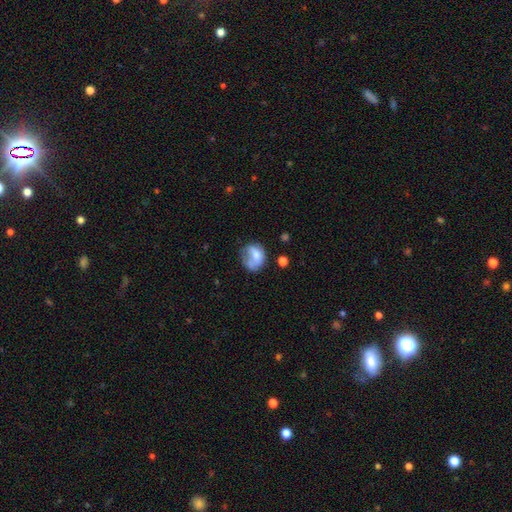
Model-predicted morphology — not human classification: Smooth or featured?
  - smooth: 62% *
  - featured or disk: 29%
  - star or artifact: 9%
How rounded?
  - round: 54% *
  - in between: 45%
  - cigar-shaped: 1%
Merging?
  - none: 34% *
  - minor disturbance: 27%
  - major disturbance: 25%
  - merger: 14%